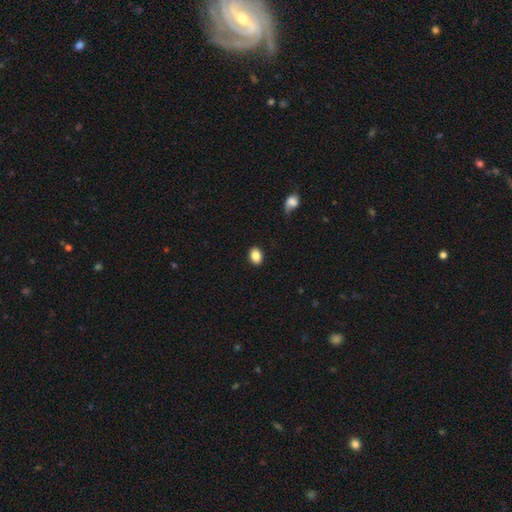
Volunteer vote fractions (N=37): Volunteers were most divided on "how rounded": in between: 70%, round: 30%, cigar-shaped: 0%. More confident: smooth or featured — smooth (89%); merging — none (85%).